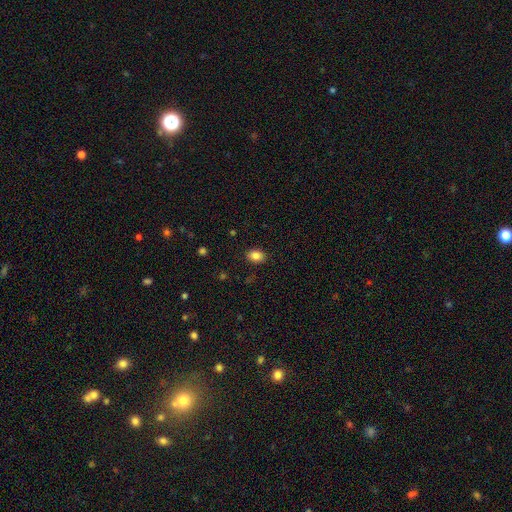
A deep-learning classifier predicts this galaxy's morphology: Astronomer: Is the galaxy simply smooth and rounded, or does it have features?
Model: smooth — 85%.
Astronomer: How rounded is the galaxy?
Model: in between — 74%.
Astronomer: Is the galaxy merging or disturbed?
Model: none — 88%.